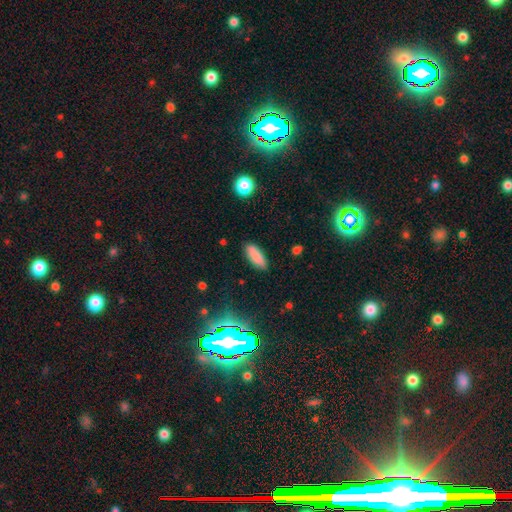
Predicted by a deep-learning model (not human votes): This appears to be a smooth galaxy with no disk features (86%) that is in between round and cigar-shaped (68%). Merging: none (88%).